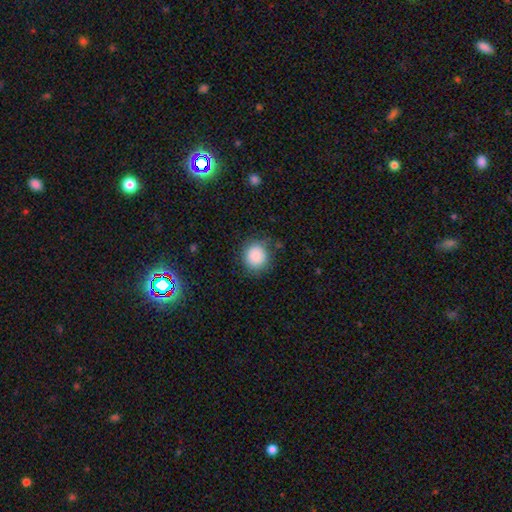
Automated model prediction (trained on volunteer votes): Overall: smooth (87%). How rounded: round (87%). Merging: none (83%).